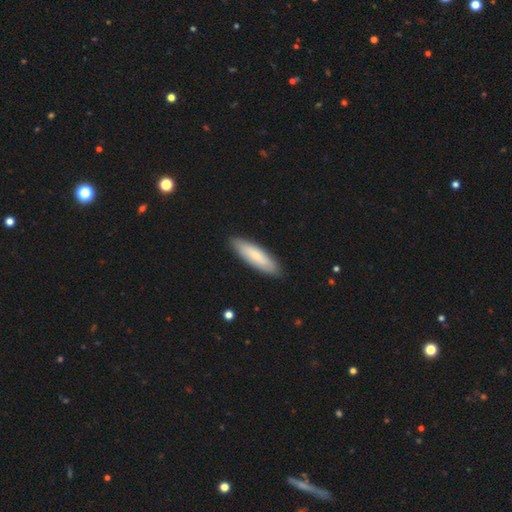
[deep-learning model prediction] smooth 76%, featured or disk 19%, star or artifact 5%. Down the decision tree: how rounded — cigar-shaped (61%); merging — none (89%).